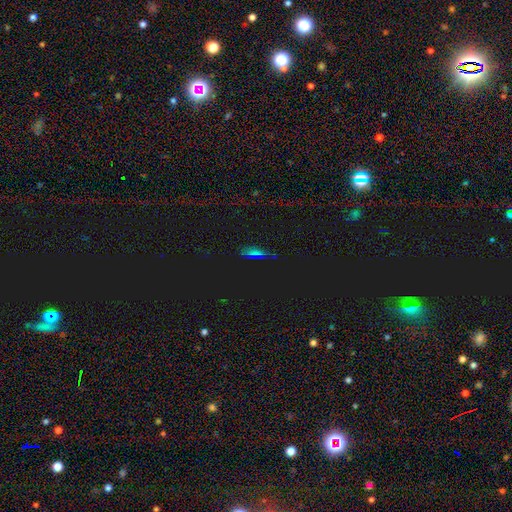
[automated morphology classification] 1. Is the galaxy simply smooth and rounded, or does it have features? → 49% star or artifact, 36% smooth, 15% featured or disk.